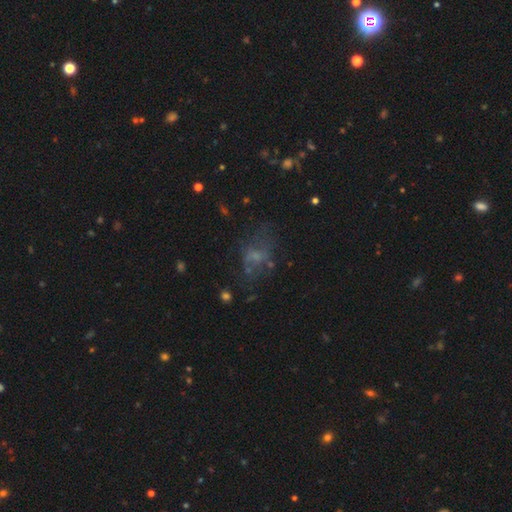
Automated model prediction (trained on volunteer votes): Overall: smooth (36%, tied with featured or disk). Merging: none (49%; major disturbance 26%).